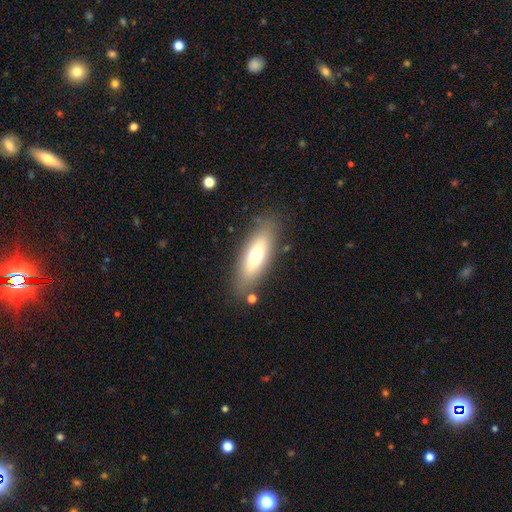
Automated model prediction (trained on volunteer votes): Morphology: type=smooth (64%); roundness=in between (61%); merging=none (82%).